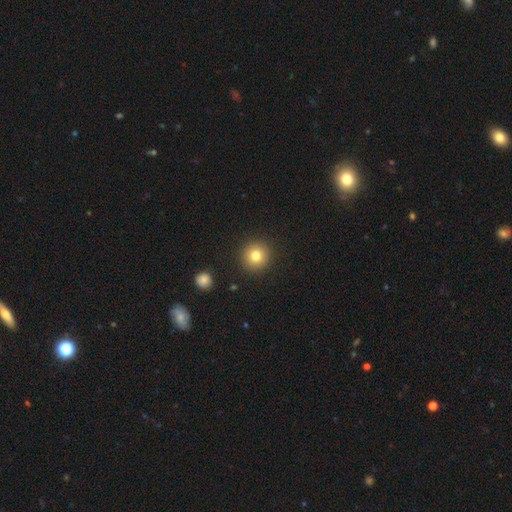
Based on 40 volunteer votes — Volunteers were most divided on "smooth or featured": smooth: 80%, featured or disk: 10%, star or artifact: 10%. More confident: how rounded — round (94%); merging — none (89%).